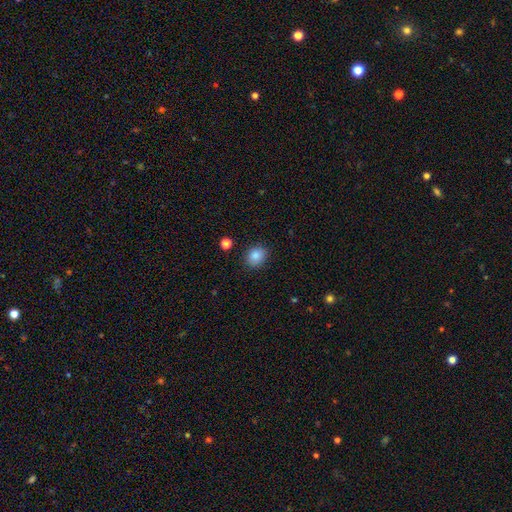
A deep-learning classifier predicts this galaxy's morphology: smooth_or_featured: smooth (p=0.86) [alt: star or artifact p=0.09]
how_rounded: round (p=0.55) [alt: in between p=0.44]
merging: none (p=0.87) [alt: minor disturbance p=0.09]